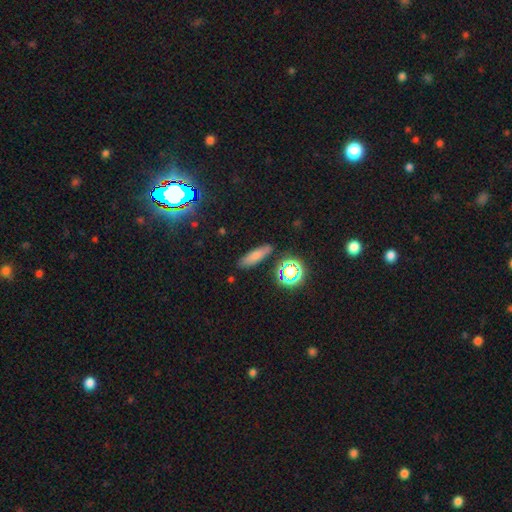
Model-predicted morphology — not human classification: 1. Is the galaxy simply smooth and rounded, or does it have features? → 72% smooth, 17% star or artifact, 11% featured or disk.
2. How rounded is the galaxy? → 56% cigar-shaped, 39% in between, 6% round.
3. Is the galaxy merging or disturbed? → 85% none, 9% minor disturbance, 3% major disturbance, 3% merger.